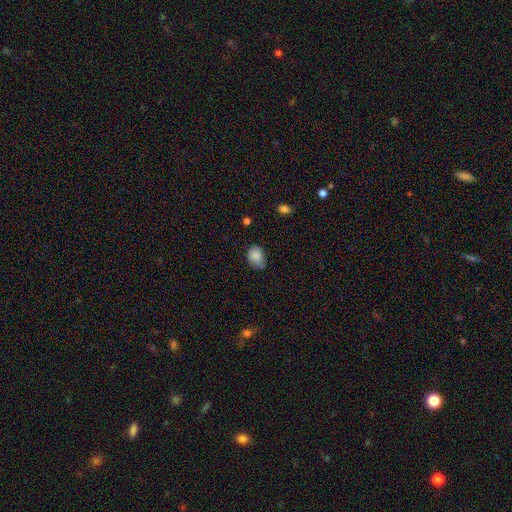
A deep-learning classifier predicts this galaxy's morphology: A smooth galaxy with no disk features (84%) that is in between round and cigar-shaped (70%).

Vote fractions:
- Smooth or featured? smooth: 84% / star or artifact: 8% / featured or disk: 8%
- How rounded? in between: 70% / round: 29% / cigar-shaped: 1%
- Merging? none: 55% / minor disturbance: 36% / major disturbance: 7% / merger: 2%